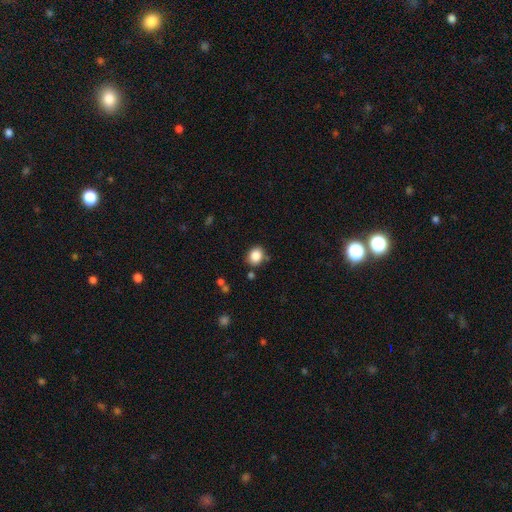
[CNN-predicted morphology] smooth 86%, star or artifact 9%, featured or disk 4%. Down the decision tree: how rounded — round (62%); merging — none (79%).